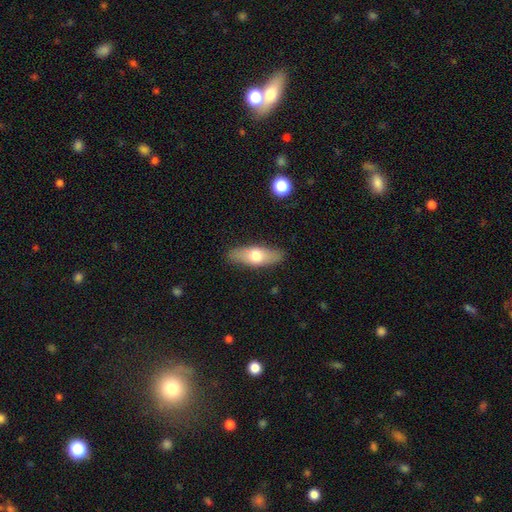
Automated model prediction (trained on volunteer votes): Smooth or featured?
  - smooth: 61% *
  - featured or disk: 33%
  - star or artifact: 6%
How rounded?
  - in between: 63% *
  - cigar-shaped: 34%
  - round: 3%
Merging?
  - none: 86% *
  - minor disturbance: 10%
  - major disturbance: 2%
  - merger: 1%